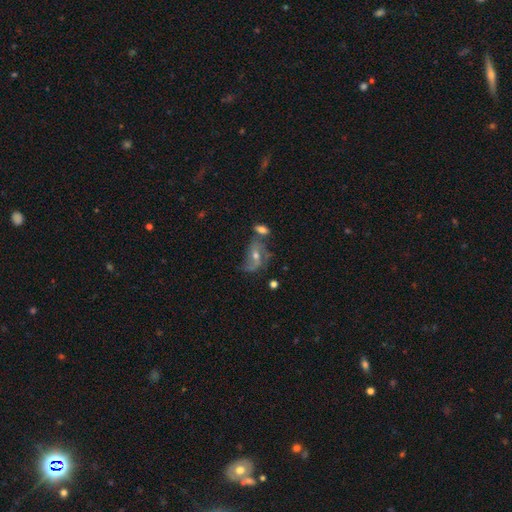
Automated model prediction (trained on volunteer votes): A featured or disk galaxy (71%) with no bar (50%), 2 (60%) loose (48%) spiral arms (85%) and a moderate central bulge (57%). Merging: none (41%).